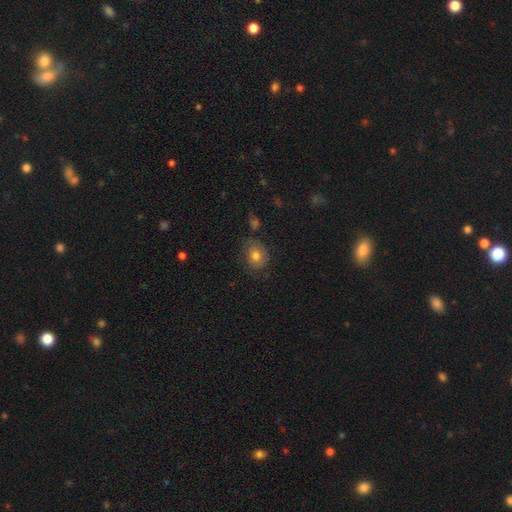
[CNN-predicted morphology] type=smooth (66%); roundness=round (56%); merging=none (67%).